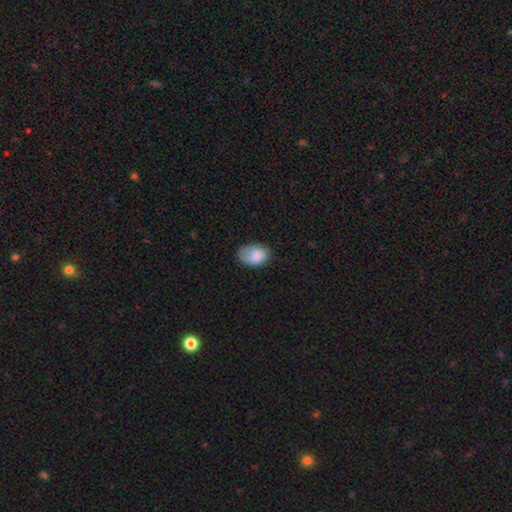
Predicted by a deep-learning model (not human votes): smooth-or-featured: smooth: 83% | featured or disk: 10% | star or artifact: 8%
  how-rounded: in between: 84% | round: 15% | cigar-shaped: 1%
  merging: none: 55% | minor disturbance: 31% | major disturbance: 12% | merger: 2%